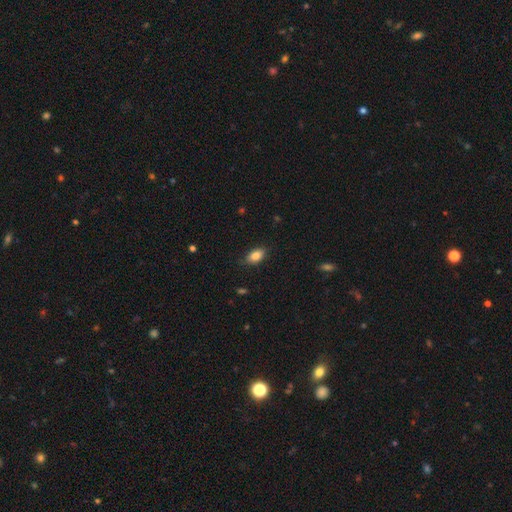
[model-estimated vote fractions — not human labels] Smooth or featured? Predicted: smooth (p=0.84). How rounded? Predicted: in between (p=0.88). Merging? Predicted: none (p=0.84).